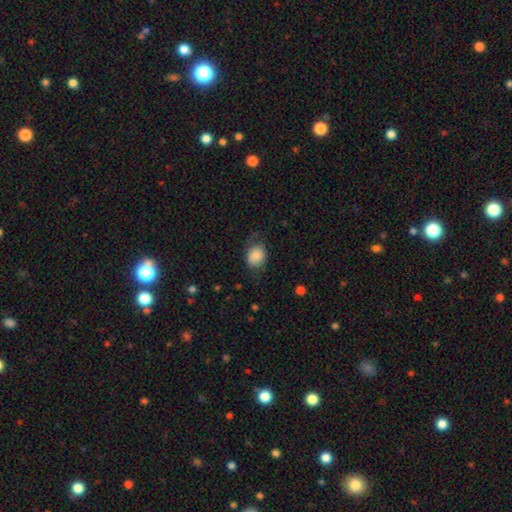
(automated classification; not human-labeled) A smooth galaxy with no disk features (83%) that is in between round and cigar-shaped (51%). Merging: none (64%).